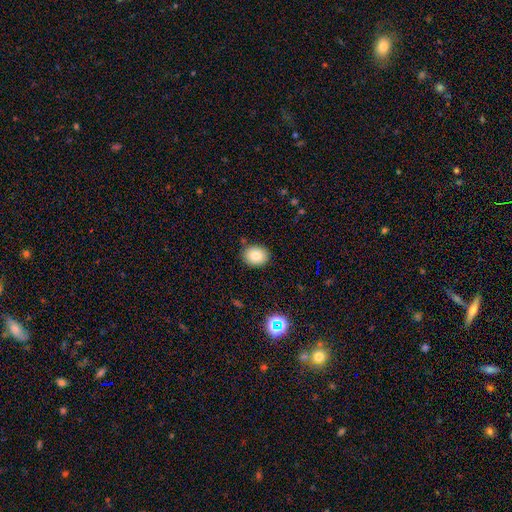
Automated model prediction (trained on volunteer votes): smooth_or_featured: smooth (p=0.82) [alt: star or artifact p=0.10]
how_rounded: round (p=0.50) [alt: in between p=0.49]
merging: none (p=0.85) [alt: minor disturbance p=0.10]